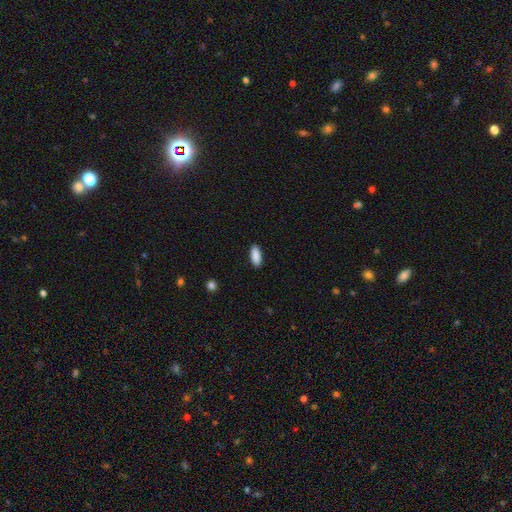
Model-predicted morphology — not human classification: smooth-or-featured: smooth: 90% | star or artifact: 6% | featured or disk: 4%
  how-rounded: in between: 78% | cigar-shaped: 20% | round: 2%
  merging: none: 89% | minor disturbance: 8% | major disturbance: 2% | merger: 1%